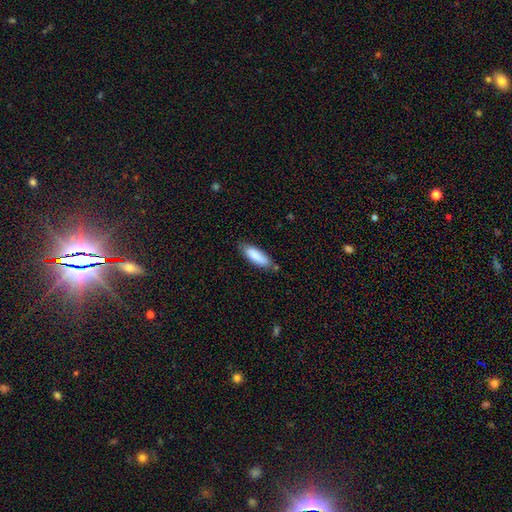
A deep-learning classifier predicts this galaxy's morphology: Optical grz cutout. It shows a smooth galaxy with no disk features (87%) that is in between round and cigar-shaped (57%). Merging: none (73%).